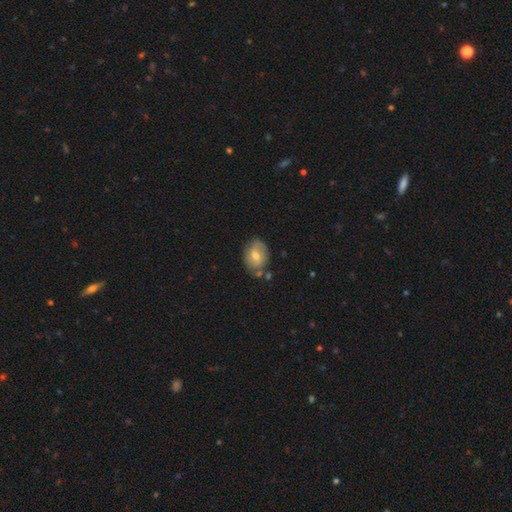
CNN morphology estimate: The model was most divided on "smooth or featured": smooth: 51%, featured or disk: 41%, star or artifact: 9%. More confident: merging — none (69%); how rounded — in between (65%).